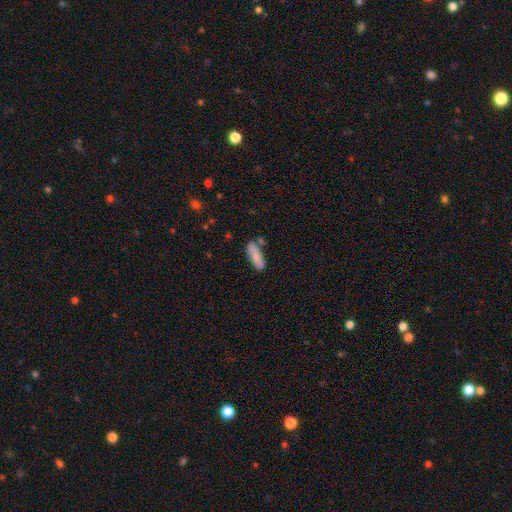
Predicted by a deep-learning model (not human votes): smooth-or-featured: smooth: 83% | featured or disk: 11% | star or artifact: 6%
  how-rounded: cigar-shaped: 51% | in between: 47% | round: 2%
  merging: none: 69% | minor disturbance: 17% | merger: 10% | major disturbance: 4%